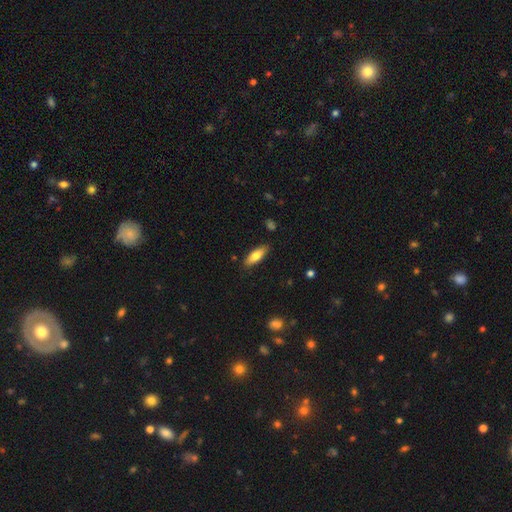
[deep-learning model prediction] Morphology: type=smooth (74%); roundness=in between (59%); merging=none (86%).